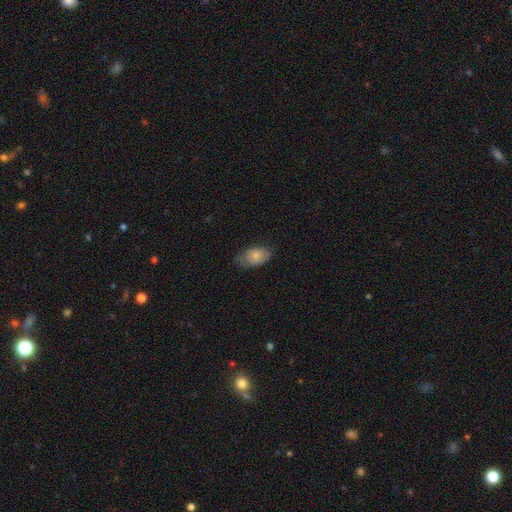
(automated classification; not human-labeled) Smooth or featured? Predicted: smooth (p=0.77). How rounded? Predicted: in between (p=0.91). Merging? Predicted: none (p=0.64).